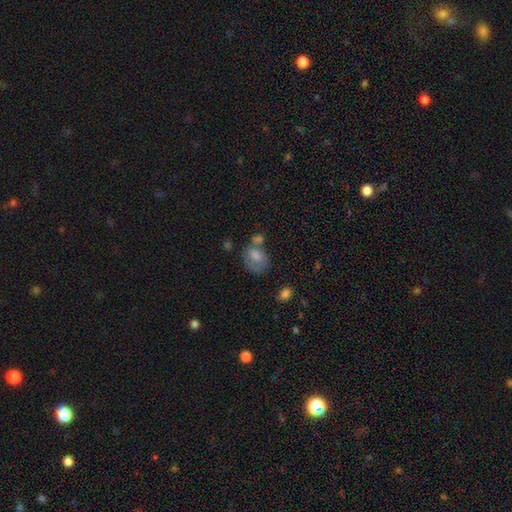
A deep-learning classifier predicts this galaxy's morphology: A smooth galaxy with no disk features (65%) that is in between round and cigar-shaped (59%).

Vote fractions:
- Smooth or featured? smooth: 65% / featured or disk: 24% / star or artifact: 11%
- How rounded? in between: 59% / round: 40% / cigar-shaped: 1%
- Merging? none: 40% / merger: 27% / minor disturbance: 21% / major disturbance: 13%